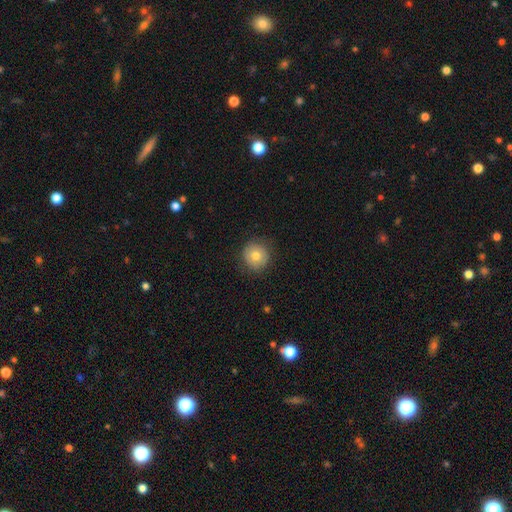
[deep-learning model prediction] Smooth or featured? Predicted: smooth (p=0.75). How rounded? Predicted: round (p=0.89). Merging? Predicted: none (p=0.82).